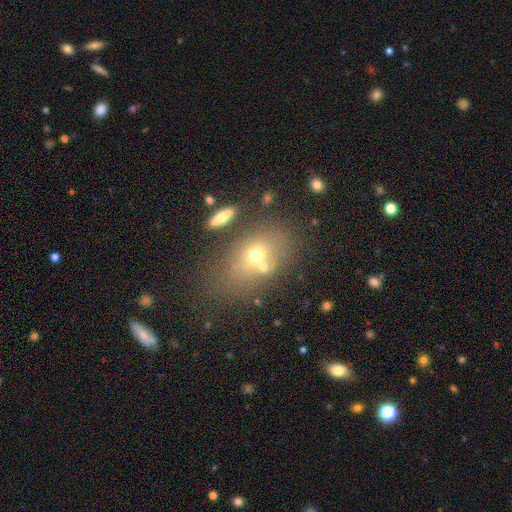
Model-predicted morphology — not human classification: Smooth or featured? Predicted: smooth (p=0.59). How rounded? Predicted: in between (p=0.70). Merging? Predicted: none (p=0.53).